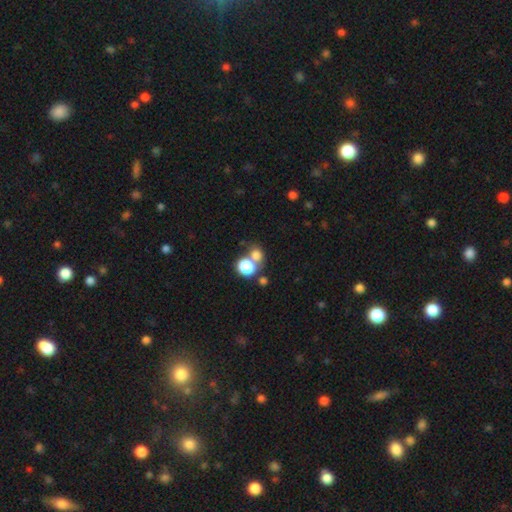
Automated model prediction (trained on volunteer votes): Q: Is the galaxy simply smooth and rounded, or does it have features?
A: smooth — 73%.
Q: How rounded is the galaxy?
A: round — 75%.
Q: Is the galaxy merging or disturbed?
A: none — 47%.